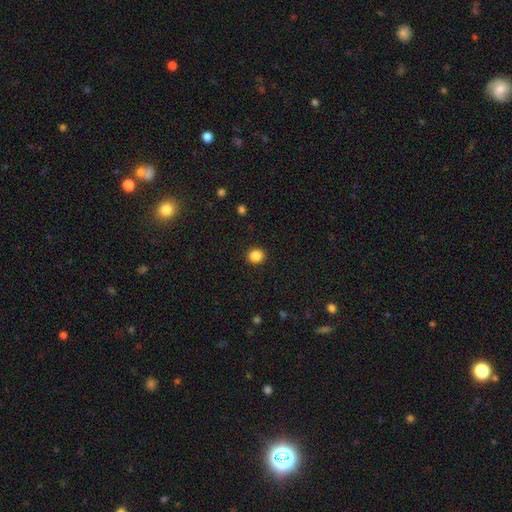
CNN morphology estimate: A smooth galaxy with no disk features (86%) that is round (80%).

Vote fractions:
- Smooth or featured? smooth: 86% / star or artifact: 10% / featured or disk: 3%
- How rounded? round: 80% / in between: 19% / cigar-shaped: 1%
- Merging? none: 92% / minor disturbance: 5% / major disturbance: 2% / merger: 1%